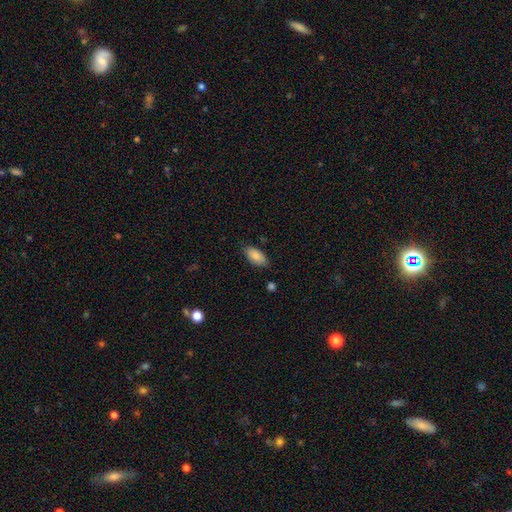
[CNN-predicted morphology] smooth 86%, featured or disk 7%, star or artifact 7%. Down the decision tree: how rounded — in between (92%); merging — none (80%).